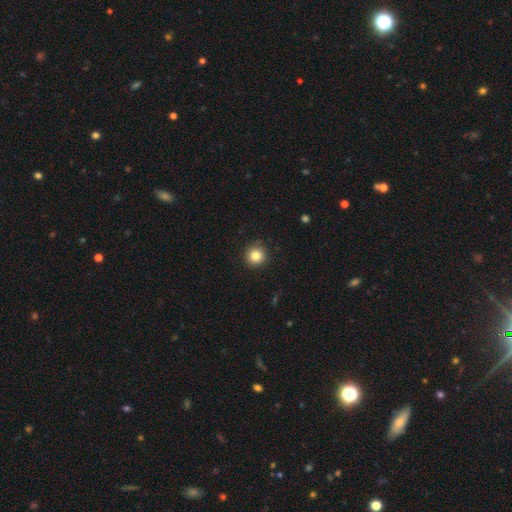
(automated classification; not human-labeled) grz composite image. It shows a smooth galaxy with no disk features (83%) that is round (94%). Merging: none (90%).